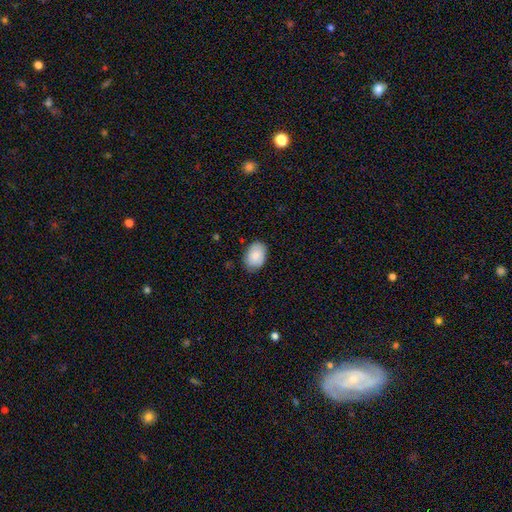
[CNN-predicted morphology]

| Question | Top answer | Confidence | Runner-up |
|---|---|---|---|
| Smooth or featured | smooth | 85% | featured or disk (8%) |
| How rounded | in between | 81% | round (18%) |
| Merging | none | 81% | minor disturbance (16%) |